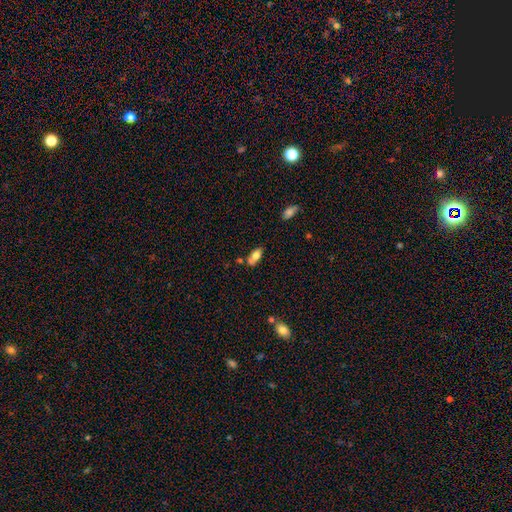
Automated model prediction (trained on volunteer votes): Smooth or featured?
  - smooth: 71% *
  - featured or disk: 21%
  - star or artifact: 8%
How rounded?
  - in between: 85% *
  - cigar-shaped: 9%
  - round: 6%
Merging?
  - none: 49% *
  - merger: 26%
  - minor disturbance: 19%
  - major disturbance: 6%